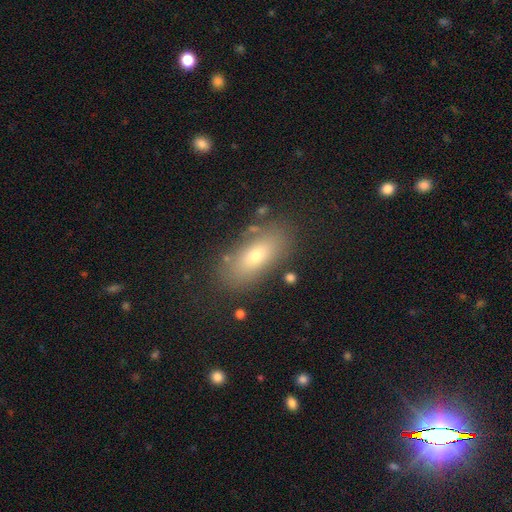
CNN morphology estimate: type=smooth (67%); roundness=in between (82%); merging=none (80%).